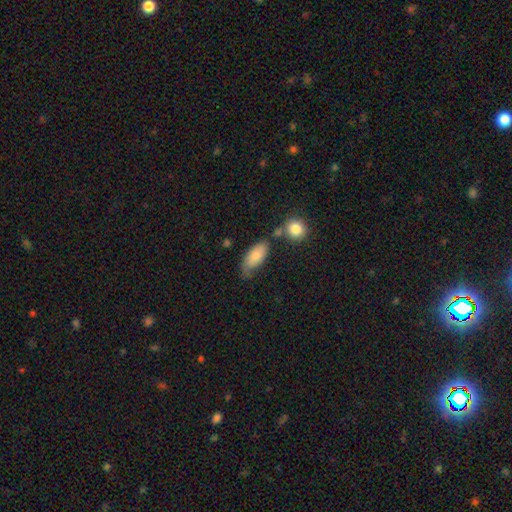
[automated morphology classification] This is likely a smooth galaxy (80%). How rounded: clearly in between (86%). Merging: possibly none (51%).